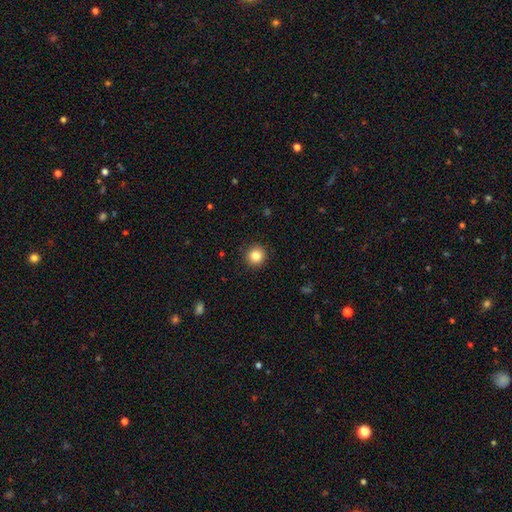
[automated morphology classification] Smooth or featured: smooth — 84% (star or artifact — 11%)
How rounded: round — 95% (in between — 4%)
Merging: none — 93% (minor disturbance — 5%)